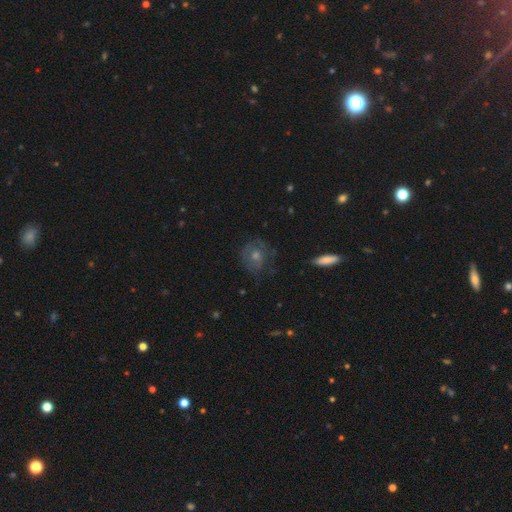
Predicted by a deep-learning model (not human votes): The model was most divided on "smooth or featured": featured or disk: 51%, smooth: 31%, star or artifact: 18%. More confident: edge-on disk — no (94%); merging — none (74%).